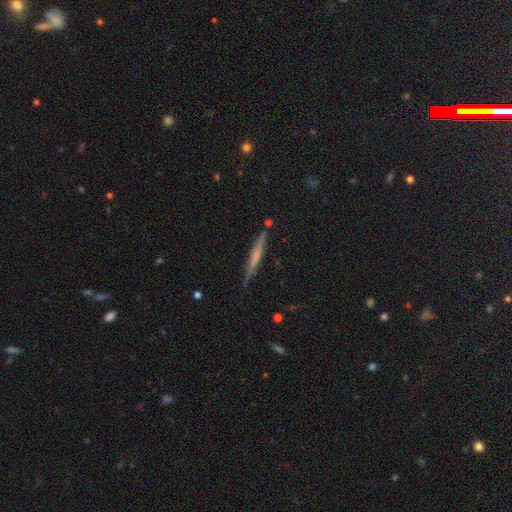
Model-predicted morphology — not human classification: Smooth or featured: featured or disk — 52% (smooth — 42%)
Edge-on disk: yes — 96% (no — 4%)
Edge-on bulge: none — 64% (rounded — 22%)
Merging: none — 84% (minor disturbance — 12%)